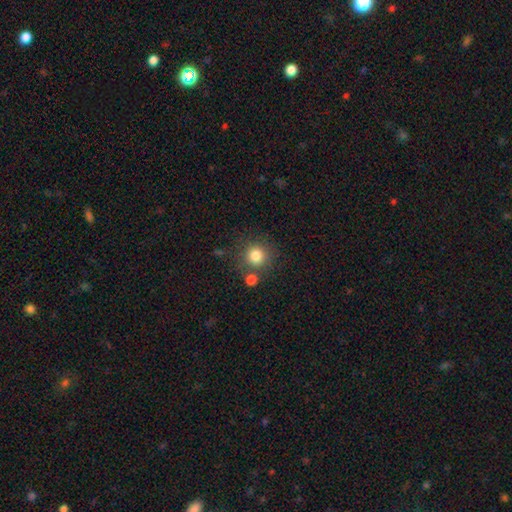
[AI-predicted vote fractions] smooth_or_featured: smooth (p=0.82) [alt: star or artifact p=0.11]
how_rounded: round (p=0.93) [alt: in between p=0.06]
merging: none (p=0.76) [alt: merger p=0.11]